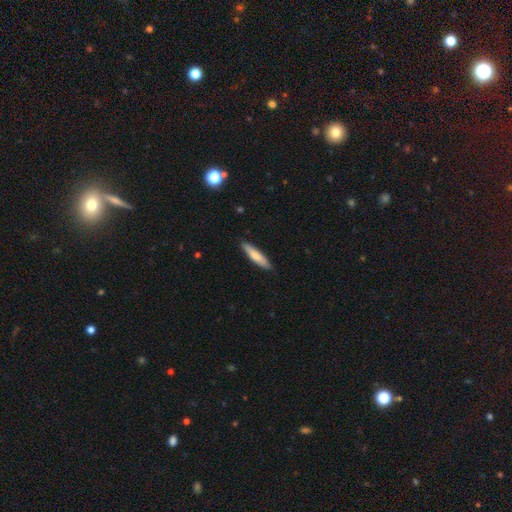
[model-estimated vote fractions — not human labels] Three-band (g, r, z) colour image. It shows a smooth galaxy with no disk features (75%) that is cigar-shaped (81%). Merging: none (88%).